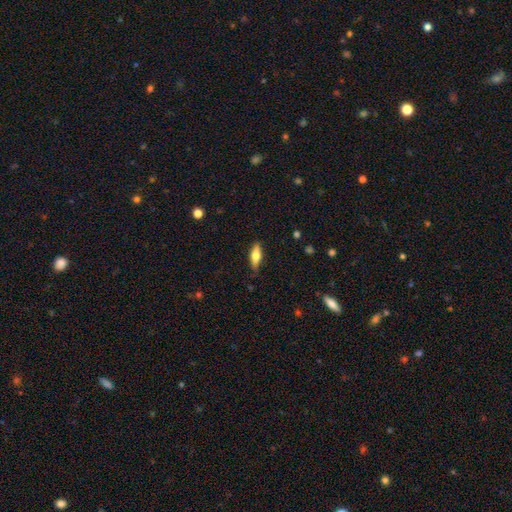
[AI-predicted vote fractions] Overall: smooth (58%; featured or disk 36%). How rounded: in between (56%; cigar-shaped 41%). Merging: none (84%).